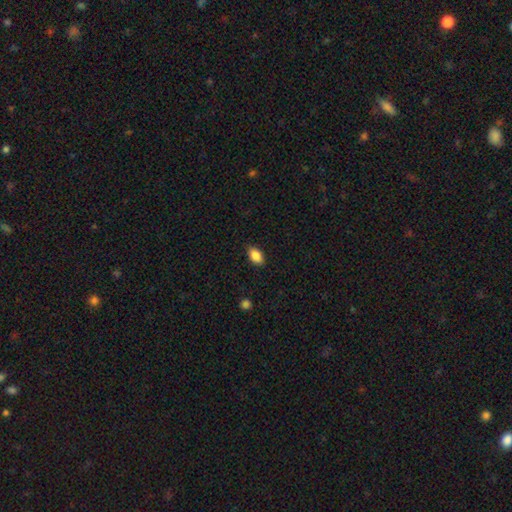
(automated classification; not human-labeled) Smooth or featured? smooth (87%)
How rounded? in between (90%)
Merging? none (87%)